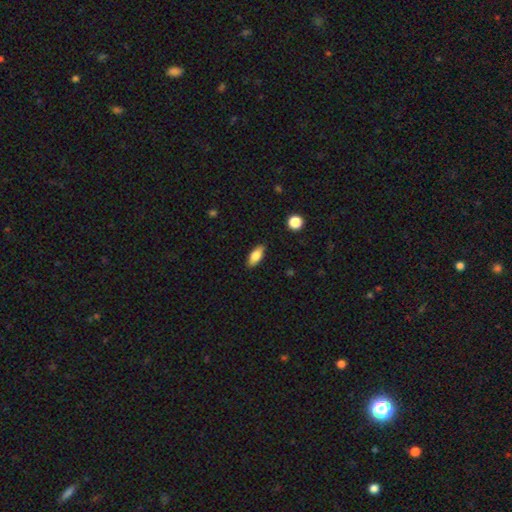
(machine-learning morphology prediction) smooth 77%, featured or disk 16%, star or artifact 7%. Down the decision tree: how rounded — in between (79%); merging — none (86%).